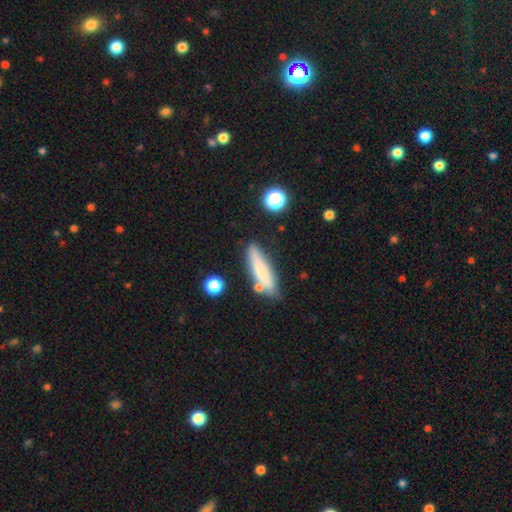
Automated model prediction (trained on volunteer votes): smooth-or-featured: smooth: 69% | featured or disk: 23% | star or artifact: 8%
  how-rounded: cigar-shaped: 76% | in between: 22% | round: 2%
  merging: none: 69% | minor disturbance: 17% | merger: 9% | major disturbance: 5%